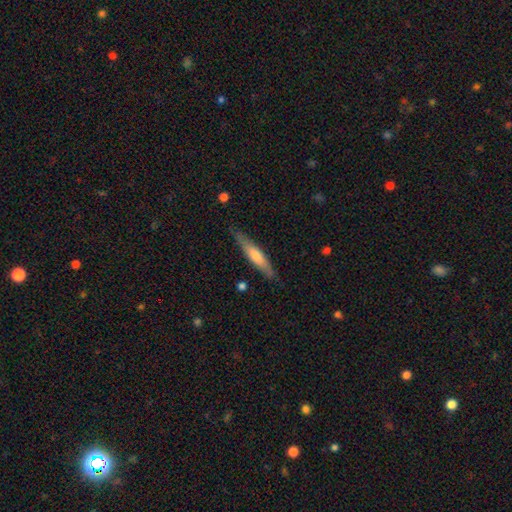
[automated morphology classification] Smooth or featured: smooth — 48% (featured or disk — 46%)
Merging: none — 84% (minor disturbance — 12%)